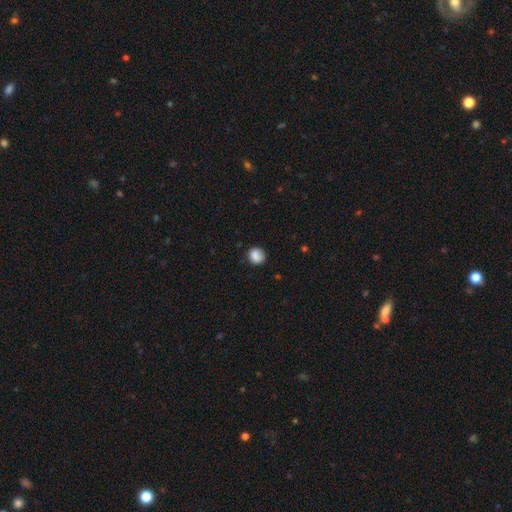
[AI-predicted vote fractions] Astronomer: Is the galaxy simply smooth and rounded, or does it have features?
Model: smooth — 86%.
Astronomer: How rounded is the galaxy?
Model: round — 80%.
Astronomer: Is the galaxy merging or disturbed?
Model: none — 79%.